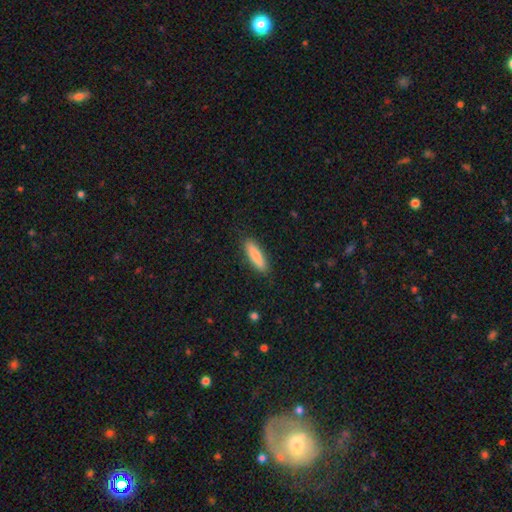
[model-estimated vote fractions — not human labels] Smooth or featured?
  - smooth: 84% *
  - featured or disk: 11%
  - star or artifact: 6%
How rounded?
  - cigar-shaped: 68% *
  - in between: 30%
  - round: 2%
Merging?
  - none: 87% *
  - minor disturbance: 9%
  - major disturbance: 2%
  - merger: 1%